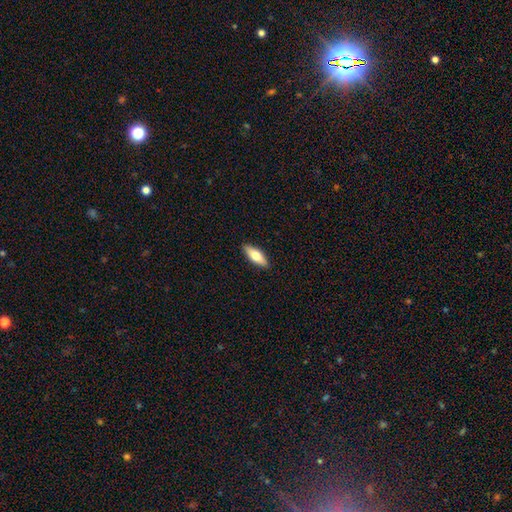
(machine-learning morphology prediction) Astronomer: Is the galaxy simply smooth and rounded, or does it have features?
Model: smooth — 71%.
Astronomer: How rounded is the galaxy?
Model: in between — 67%.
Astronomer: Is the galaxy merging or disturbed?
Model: none — 90%.